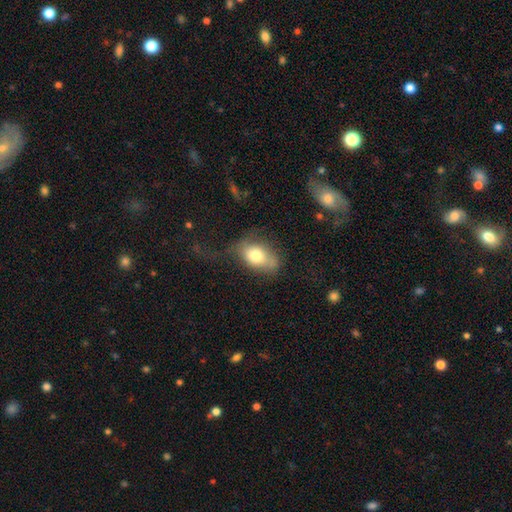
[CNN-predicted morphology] The model was most divided on "merging": none: 38%, major disturbance: 29%, minor disturbance: 29%, merger: 4%. More confident: how rounded — in between (83%); smooth or featured — smooth (73%).